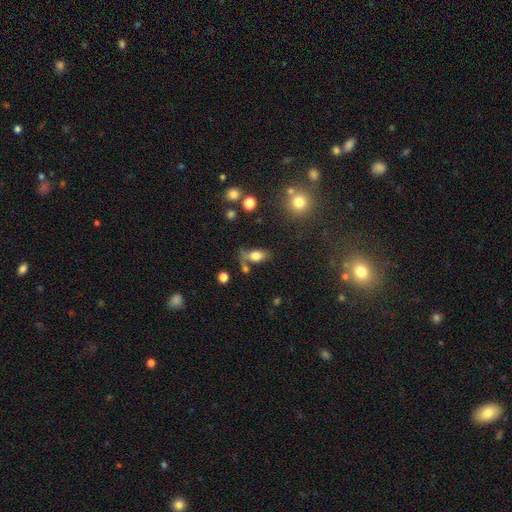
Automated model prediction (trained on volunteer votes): Smooth or featured? smooth (74%)
How rounded? in between (83%)
Merging? none (50%)